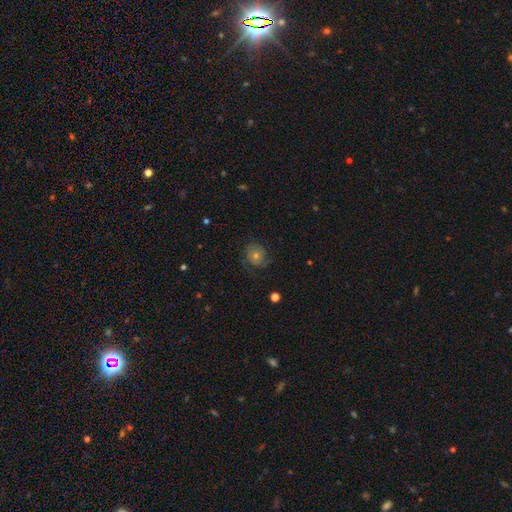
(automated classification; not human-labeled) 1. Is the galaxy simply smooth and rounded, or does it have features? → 50% featured or disk, 33% smooth, 17% star or artifact.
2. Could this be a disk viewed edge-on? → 96% no, 4% yes.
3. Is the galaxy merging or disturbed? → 75% none, 16% minor disturbance, 8% major disturbance, 1% merger.